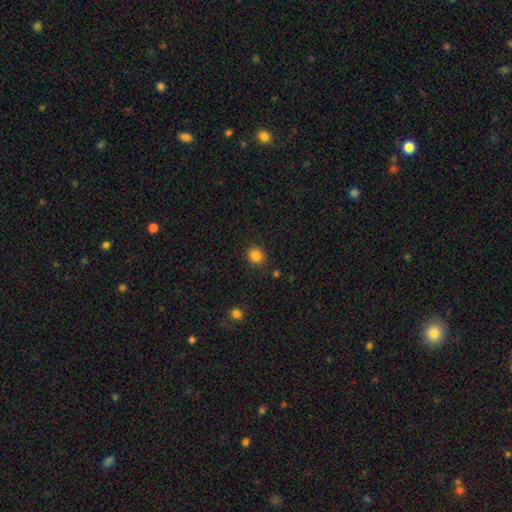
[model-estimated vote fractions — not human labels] This appears to be a smooth galaxy with no disk features (84%) that is round (84%). Merging: none (86%).